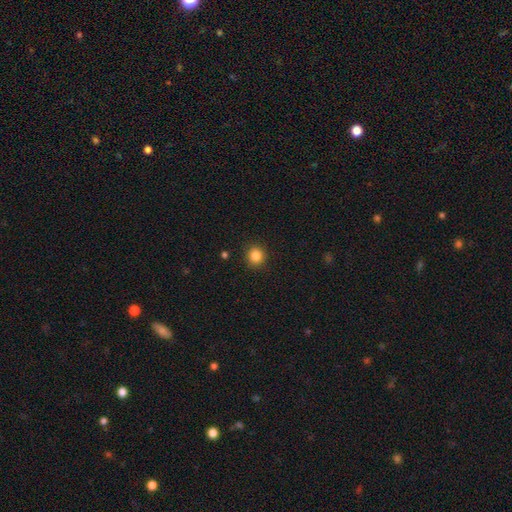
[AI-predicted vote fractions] smooth-or-featured: smooth: 85% | star or artifact: 11% | featured or disk: 4%
  how-rounded: round: 86% | in between: 13% | cigar-shaped: 1%
  merging: none: 91% | minor disturbance: 6% | major disturbance: 2% | merger: 1%